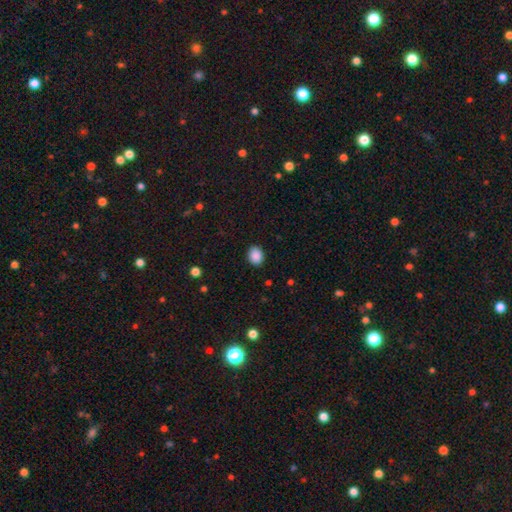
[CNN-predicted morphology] Smooth or featured? Predicted: smooth (p=0.89). How rounded? Predicted: in between (p=0.53). Merging? Predicted: none (p=0.89).